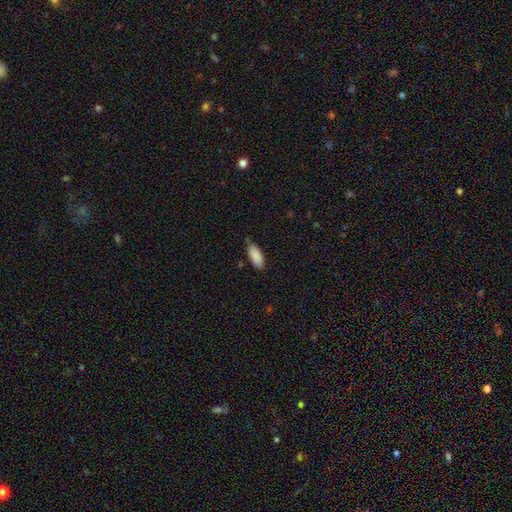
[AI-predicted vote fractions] A smooth galaxy with no disk features (89%) that is in between round and cigar-shaped (83%).

Vote fractions:
- Smooth or featured? smooth: 89% / star or artifact: 6% / featured or disk: 5%
- How rounded? in between: 83% / cigar-shaped: 16% / round: 2%
- Merging? none: 73% / minor disturbance: 22% / major disturbance: 3% / merger: 2%